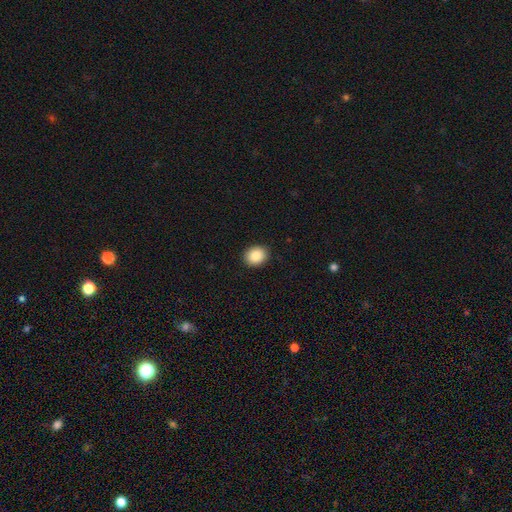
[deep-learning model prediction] Smooth or featured? Predicted: smooth (p=0.87). How rounded? Predicted: round (p=0.58). Merging? Predicted: none (p=0.91).